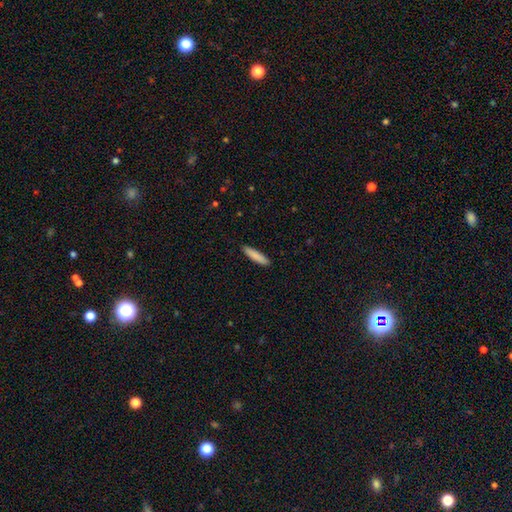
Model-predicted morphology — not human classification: This is clearly a smooth galaxy (87%). How rounded: clearly cigar-shaped (85%). Merging: clearly none (90%).